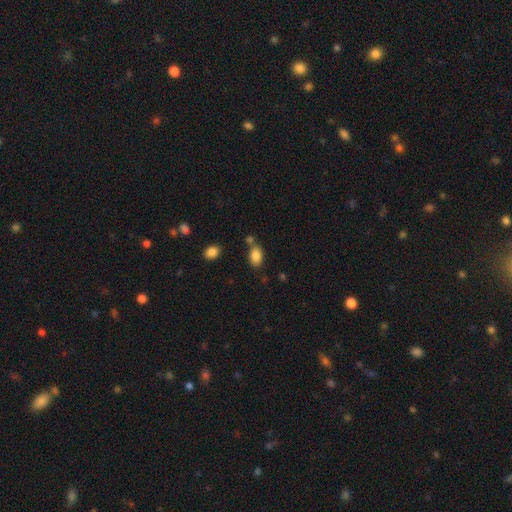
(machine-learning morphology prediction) Smooth or featured?
  - smooth: 85% *
  - star or artifact: 9%
  - featured or disk: 6%
How rounded?
  - in between: 87% *
  - round: 11%
  - cigar-shaped: 2%
Merging?
  - none: 67% *
  - merger: 16%
  - minor disturbance: 13%
  - major disturbance: 3%